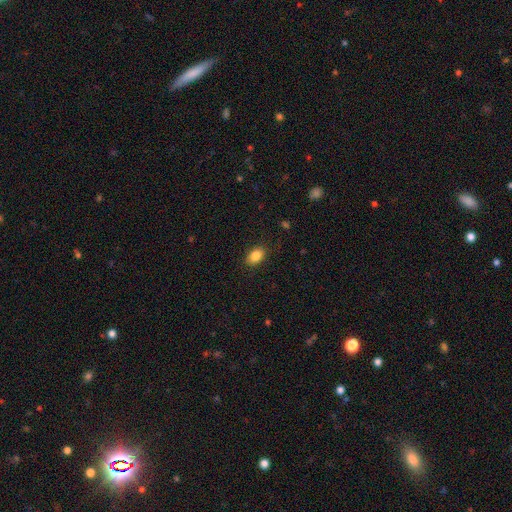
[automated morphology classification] Smooth or featured?
  - smooth: 86% *
  - star or artifact: 9%
  - featured or disk: 5%
How rounded?
  - in between: 83% *
  - round: 15%
  - cigar-shaped: 1%
Merging?
  - none: 87% *
  - minor disturbance: 10%
  - major disturbance: 3%
  - merger: 1%